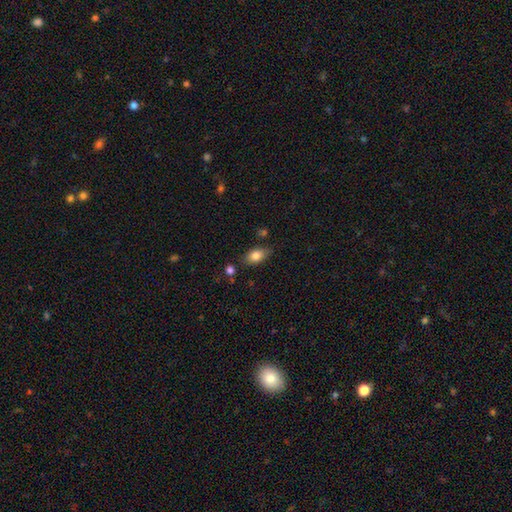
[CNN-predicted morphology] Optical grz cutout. It shows a smooth galaxy with no disk features (83%) that is in between round and cigar-shaped (87%). Merging: none (75%).